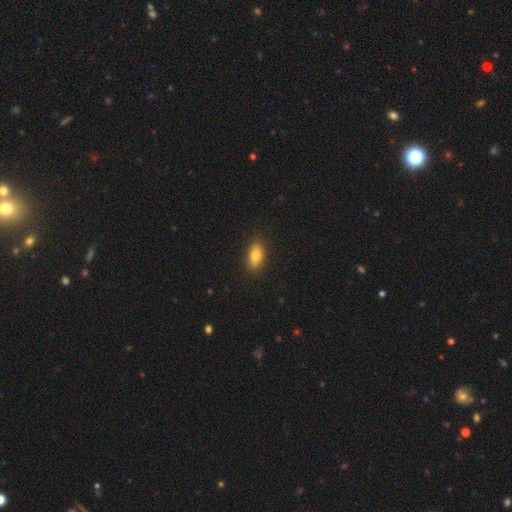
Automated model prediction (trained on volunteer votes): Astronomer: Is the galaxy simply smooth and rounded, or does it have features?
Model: smooth — 79%.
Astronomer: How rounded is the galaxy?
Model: in between — 83%.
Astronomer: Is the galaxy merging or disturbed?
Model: none — 86%.